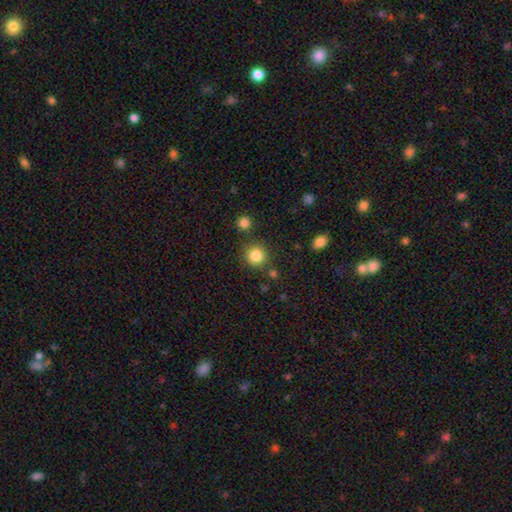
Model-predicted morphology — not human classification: Q: Smooth or featured?
A: smooth (85%); runner-up: star or artifact (11%)
Q: How rounded?
A: round (92%); runner-up: in between (7%)
Q: Merging?
A: none (83%); runner-up: minor disturbance (8%)